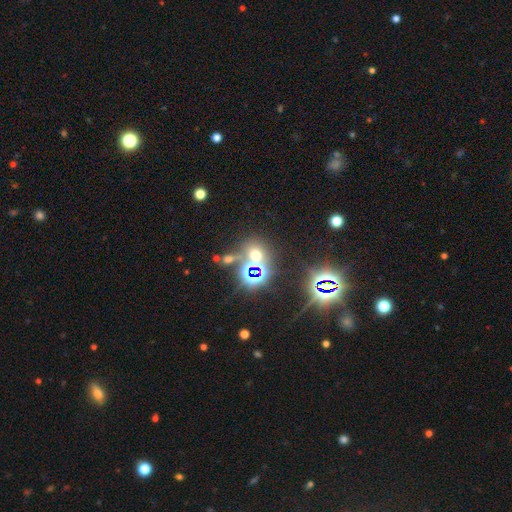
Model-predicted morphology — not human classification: Q: Smooth or featured?
A: star or artifact (51%); runner-up: smooth (39%)